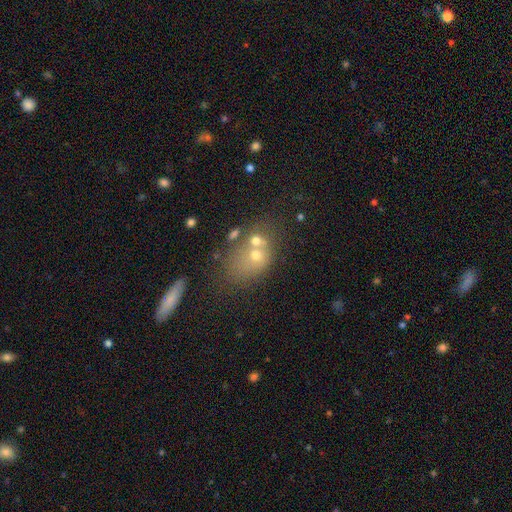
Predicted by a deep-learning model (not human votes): The model was most divided on "how rounded": in between: 57%, round: 42%, cigar-shaped: 1%. More confident: smooth or featured — smooth (58%); merging — merger (51%).